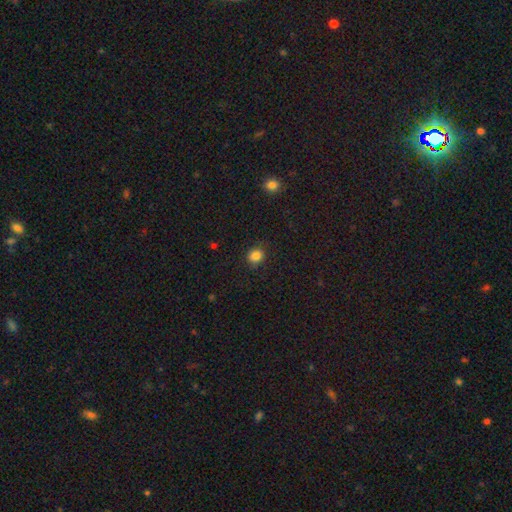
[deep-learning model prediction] Smooth or featured? Predicted: smooth (p=0.84). How rounded? Predicted: round (p=0.72). Merging? Predicted: none (p=0.85).